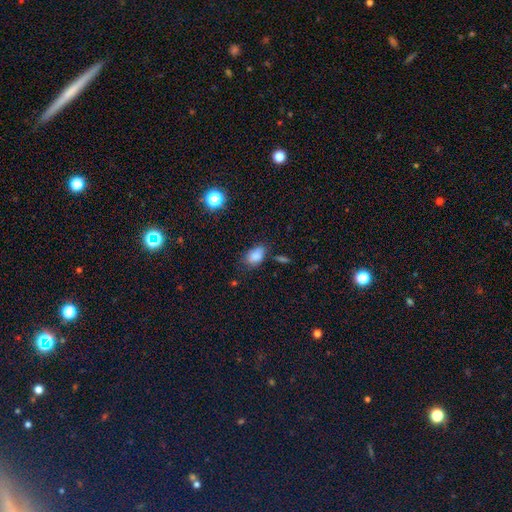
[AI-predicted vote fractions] smooth_or_featured: smooth (p=0.82) [alt: star or artifact p=0.11]
how_rounded: in between (p=0.86) [alt: round p=0.13]
merging: none (p=0.61) [alt: minor disturbance p=0.27]